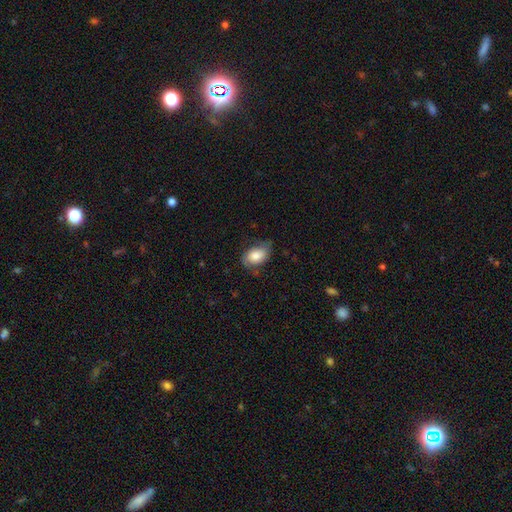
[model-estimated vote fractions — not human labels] smooth 73%, featured or disk 20%, star or artifact 7%. Down the decision tree: how rounded — in between (86%); merging — none (61%).